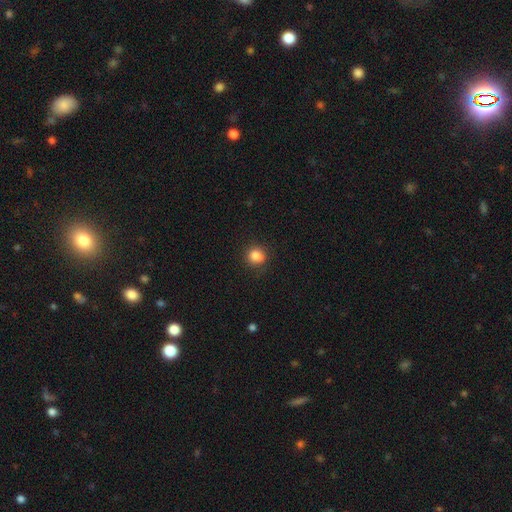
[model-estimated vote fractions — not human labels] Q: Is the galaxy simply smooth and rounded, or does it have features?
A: smooth — 86%.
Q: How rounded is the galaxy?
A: round — 86%.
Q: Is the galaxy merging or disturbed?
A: none — 88%.